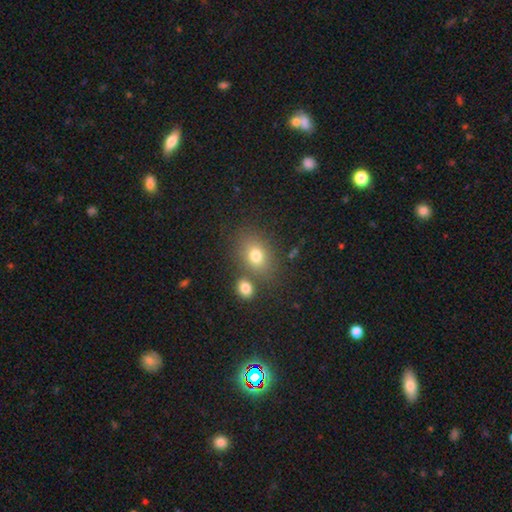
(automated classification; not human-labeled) smooth_or_featured: smooth (p=0.76) [alt: star or artifact p=0.13]
how_rounded: in between (p=0.66) [alt: round p=0.32]
merging: none (p=0.67) [alt: merger p=0.16]